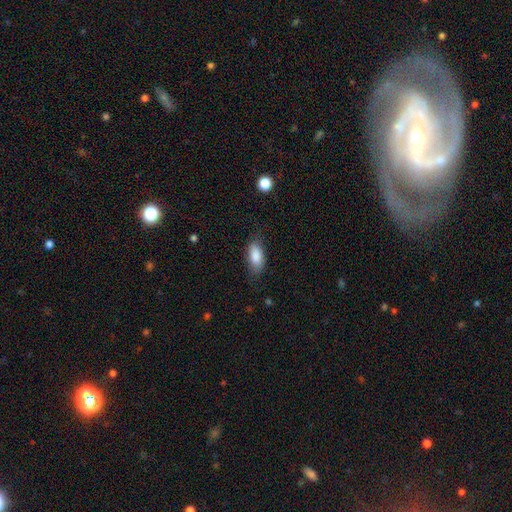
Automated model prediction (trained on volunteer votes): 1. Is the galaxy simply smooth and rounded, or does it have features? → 85% smooth, 8% featured or disk, 6% star or artifact.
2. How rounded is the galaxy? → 87% in between, 10% cigar-shaped, 3% round.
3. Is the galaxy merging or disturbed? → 73% none, 20% minor disturbance, 6% major disturbance, 1% merger.